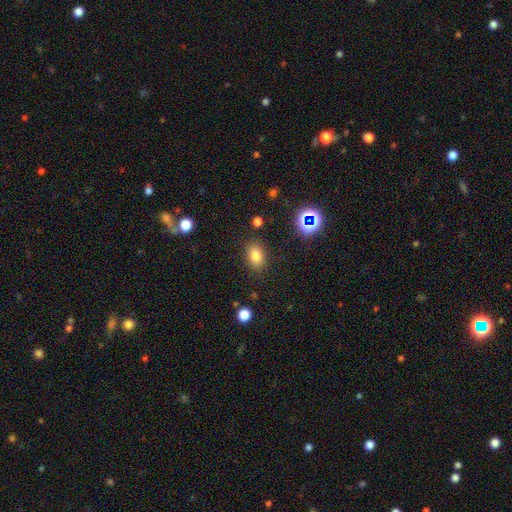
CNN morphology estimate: This is likely a smooth galaxy (79%). How rounded: likely in between (75%). Merging: clearly none (84%).